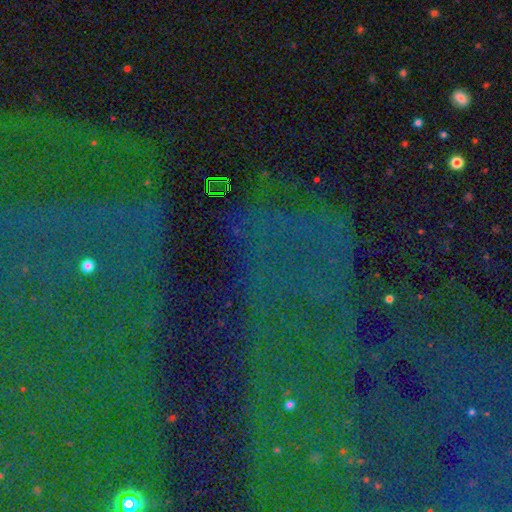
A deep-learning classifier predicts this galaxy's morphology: smooth-or-featured: star or artifact: 83% | featured or disk: 9% | smooth: 8%